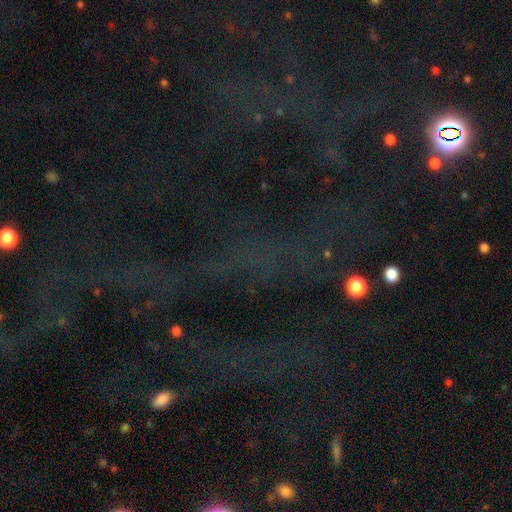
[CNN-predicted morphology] A star or artifact, not a galaxy (73%).